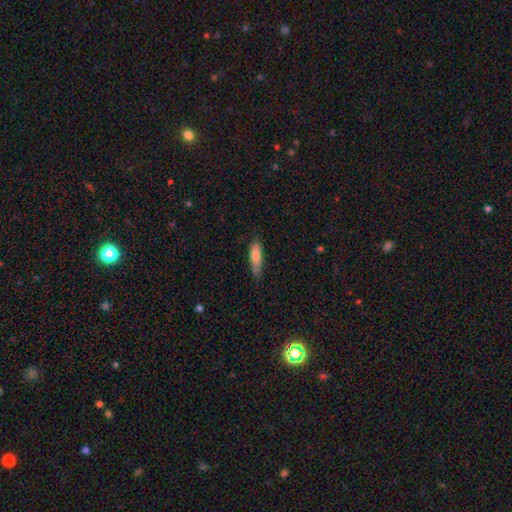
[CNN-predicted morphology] This is likely a smooth galaxy (73%). How rounded: possibly cigar-shaped (57%). Merging: likely none (74%).